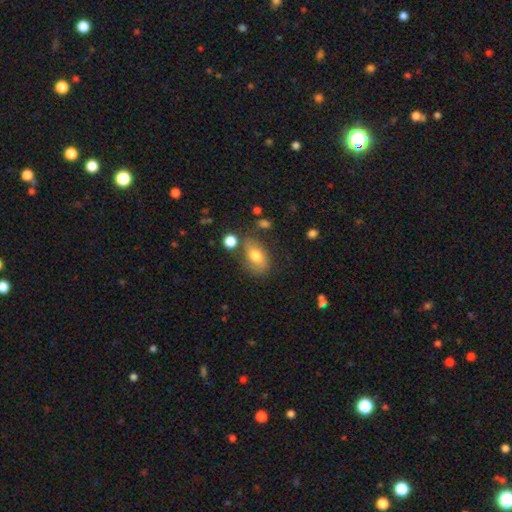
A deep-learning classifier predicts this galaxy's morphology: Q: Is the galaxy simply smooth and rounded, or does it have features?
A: smooth — 64%.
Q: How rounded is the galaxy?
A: in between — 85%.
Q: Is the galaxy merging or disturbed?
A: none — 59%.